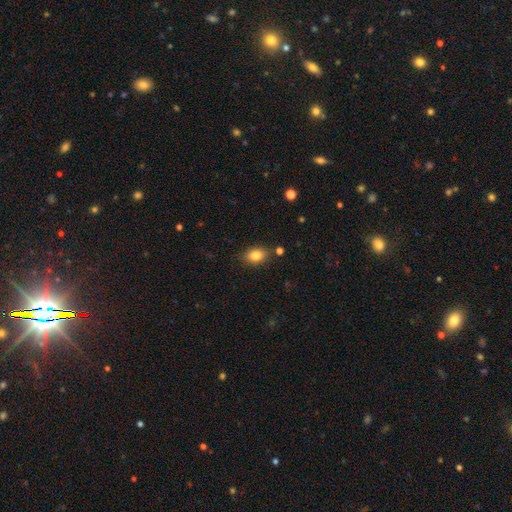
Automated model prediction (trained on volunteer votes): This is clearly a smooth galaxy (83%). How rounded: likely in between (78%). Merging: clearly none (81%).